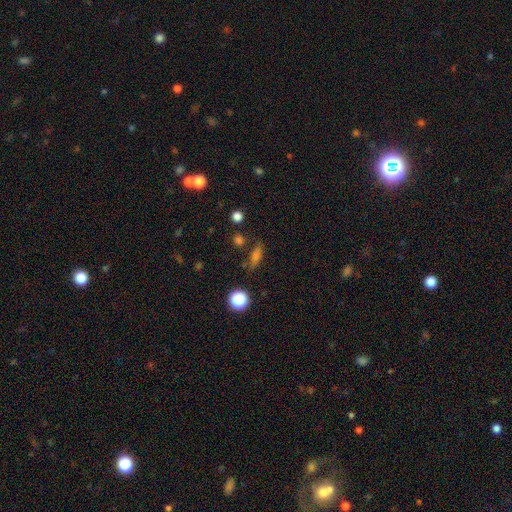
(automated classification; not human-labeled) This appears to be a smooth galaxy with no disk features (67%) that is in between round and cigar-shaped (52%). Merging: none (73%).